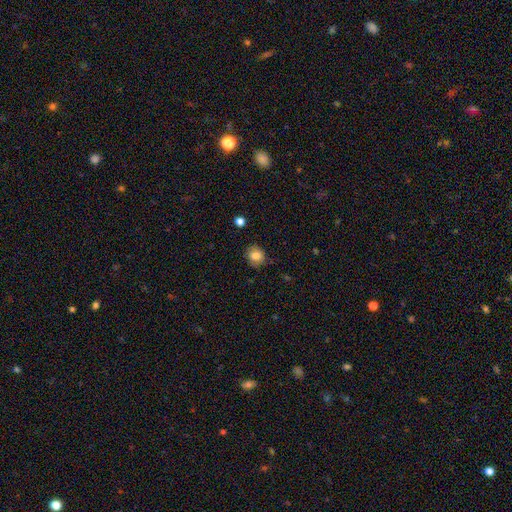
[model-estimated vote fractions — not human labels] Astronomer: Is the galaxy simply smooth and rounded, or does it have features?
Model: smooth — 83%.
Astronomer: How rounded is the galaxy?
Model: round — 79%.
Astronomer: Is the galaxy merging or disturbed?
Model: none — 79%.